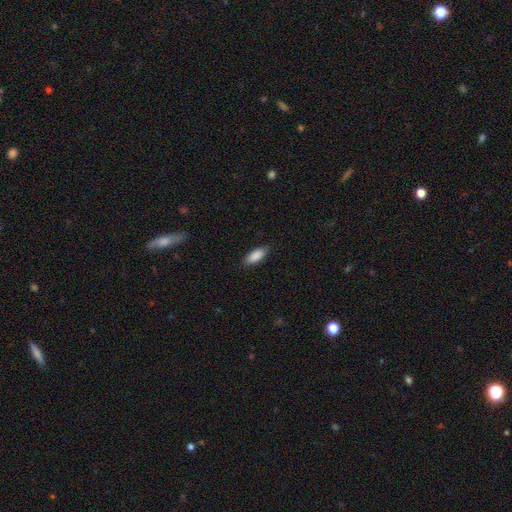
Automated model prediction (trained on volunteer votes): Morphology: type=smooth (89%); roundness=in between (77%); merging=none (86%).